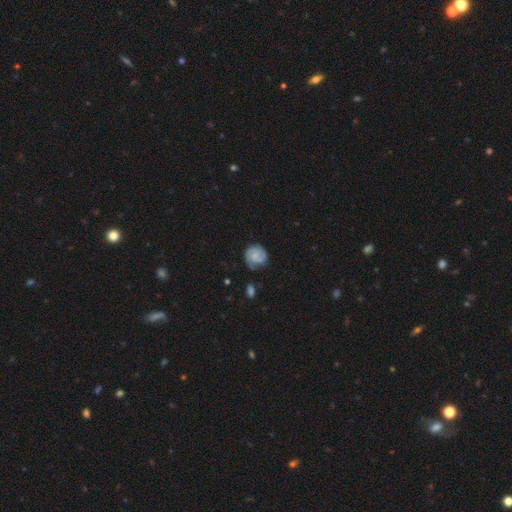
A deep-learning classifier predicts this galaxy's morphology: Overall: featured or disk (60%; smooth 32%). Edge-on disk: no (98%). Bar: no (68%; weak 28%). Spiral arms: yes (89%). Spiral arm count: 2 (50%; can't tell 22%). Spiral winding: tight (59%; medium 32%). Bulge size: small (53%; moderate 24%). Merging: none (62%; minor disturbance 25%).